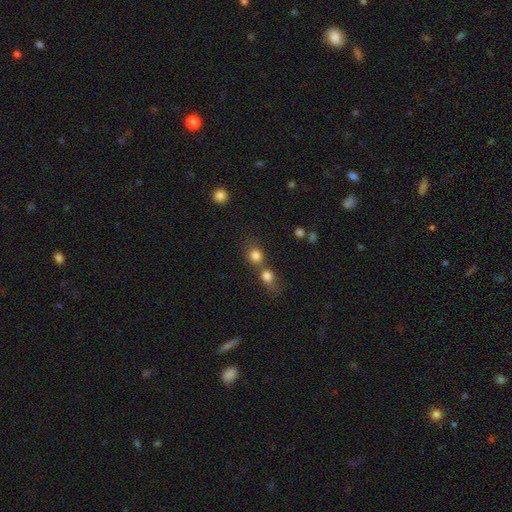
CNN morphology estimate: smooth 80%, star or artifact 12%, featured or disk 8%. Down the decision tree: how rounded — round (78%); merging — merger (46%).